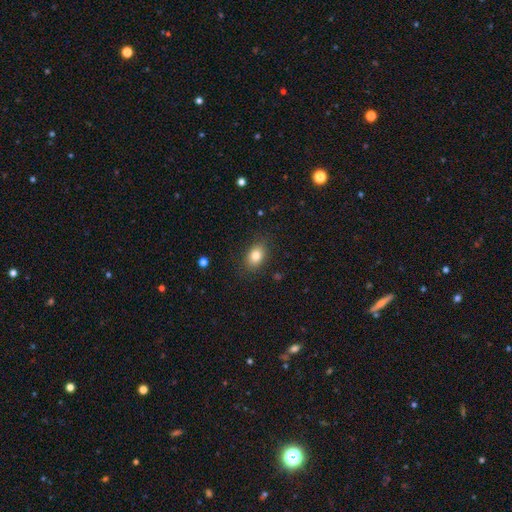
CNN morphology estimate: A smooth galaxy with no disk features (83%) that is in between round and cigar-shaped (78%).

Vote fractions:
- Smooth or featured? smooth: 83% / star or artifact: 9% / featured or disk: 8%
- How rounded? in between: 78% / round: 21% / cigar-shaped: 1%
- Merging? none: 85% / minor disturbance: 11% / major disturbance: 3% / merger: 1%